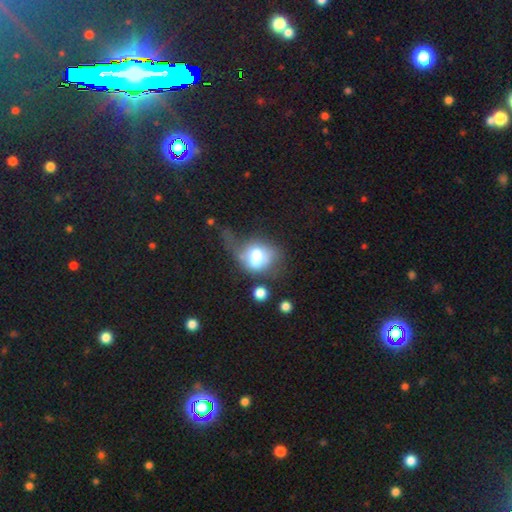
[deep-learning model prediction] smooth_or_featured: smooth (p=0.63) [alt: featured or disk p=0.27]
how_rounded: round (p=0.49) [tied with: in between p=0.49]
merging: major disturbance (p=0.44) [alt: minor disturbance p=0.22]